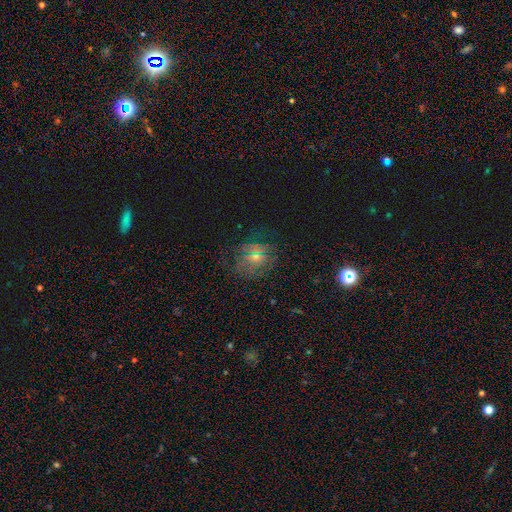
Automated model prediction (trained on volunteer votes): Smooth or featured? Predicted: smooth (p=0.38). Merging? Predicted: none (p=0.72).